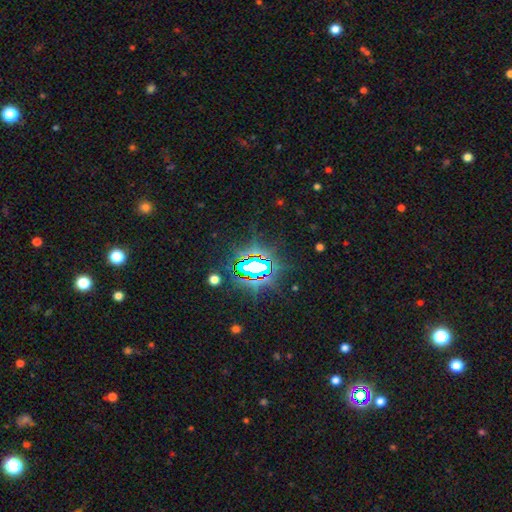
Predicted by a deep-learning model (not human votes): This is likely a star or artifact rather than a galaxy (78%).